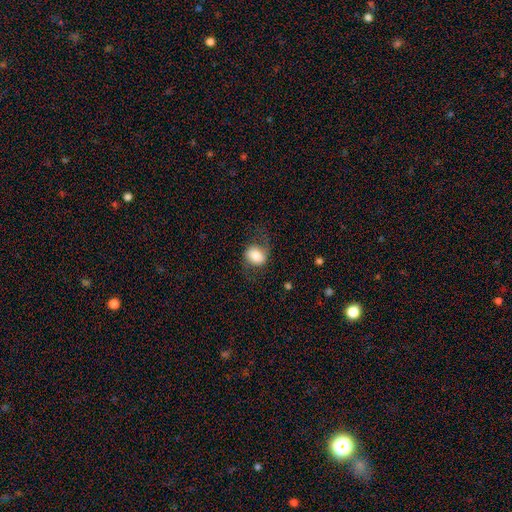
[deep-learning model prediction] Smooth or featured? smooth (55%)
How rounded? round (55%)
Merging? none (64%)